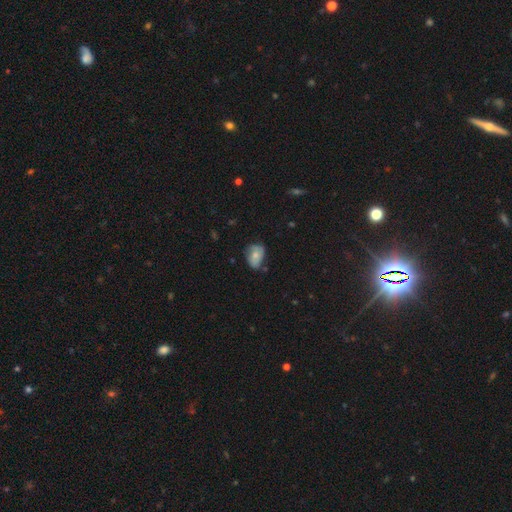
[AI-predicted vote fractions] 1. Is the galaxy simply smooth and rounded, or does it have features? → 63% smooth, 29% featured or disk, 8% star or artifact.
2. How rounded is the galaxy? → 74% in between, 25% round, 1% cigar-shaped.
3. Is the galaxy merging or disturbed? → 47% none, 39% minor disturbance, 10% major disturbance, 3% merger.